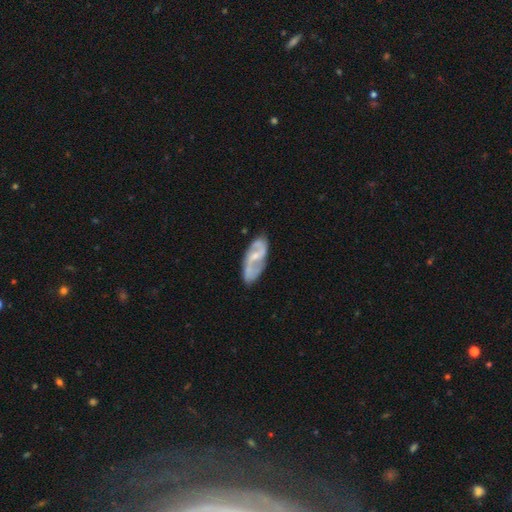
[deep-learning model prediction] This is likely a featured or disk galaxy (77%). It is clearly not viewed edge-on (93%). Bar: possibly weak (48%). Spiral arm pattern: clearly yes (91%). Spiral arm count: clearly 2 (87%). Spiral winding: marginally loose (43%). Central bulge: possibly small (58%). Merging: likely none (74%).